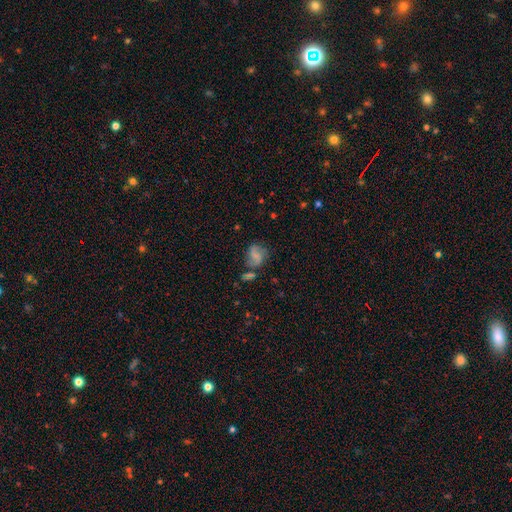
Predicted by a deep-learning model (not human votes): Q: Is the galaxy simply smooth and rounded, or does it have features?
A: featured or disk — 51%.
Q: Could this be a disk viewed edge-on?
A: no — 97%.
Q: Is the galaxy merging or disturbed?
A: none — 50%.